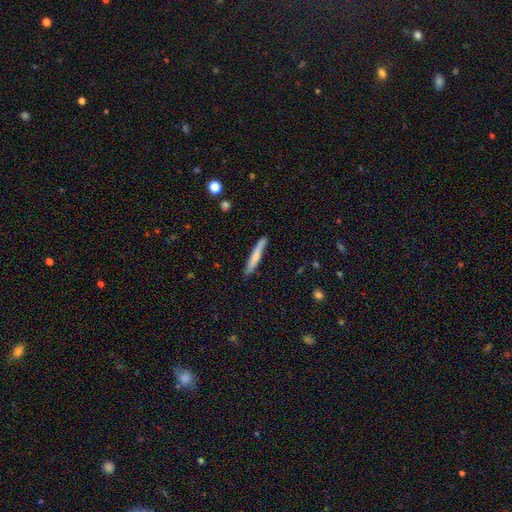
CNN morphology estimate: Q: Smooth or featured?
A: smooth (66%); runner-up: featured or disk (29%)
Q: How rounded?
A: cigar-shaped (94%); runner-up: in between (4%)
Q: Merging?
A: none (81%); runner-up: minor disturbance (14%)